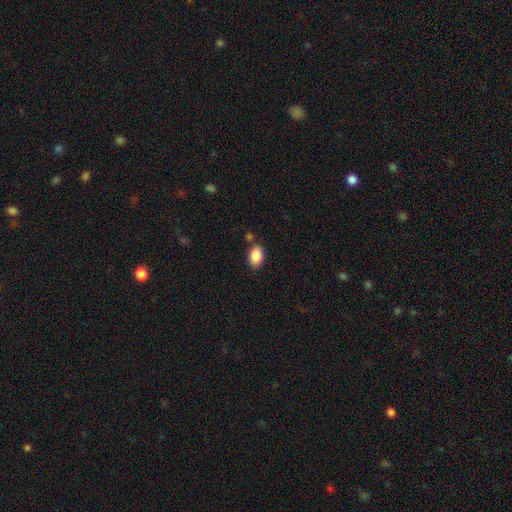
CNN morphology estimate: This is clearly a smooth galaxy (88%). How rounded: clearly in between (87%). Merging: likely none (79%).